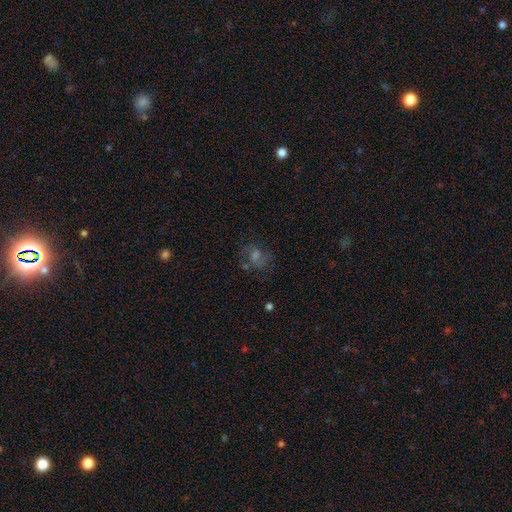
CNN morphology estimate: featured or disk 37%, smooth 36%, star or artifact 27%. Down the decision tree: merging — none (66%).